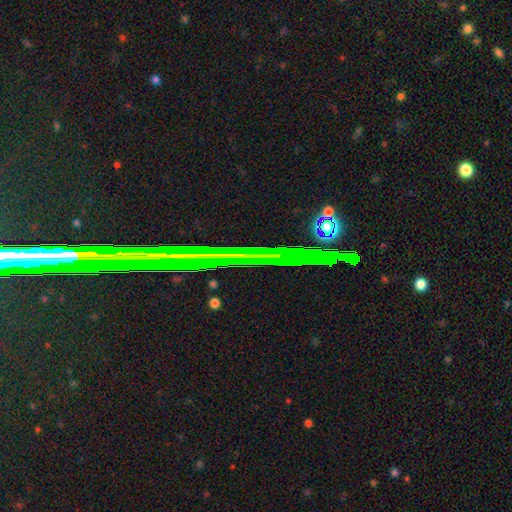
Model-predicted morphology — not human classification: Overall: star or artifact (68%).